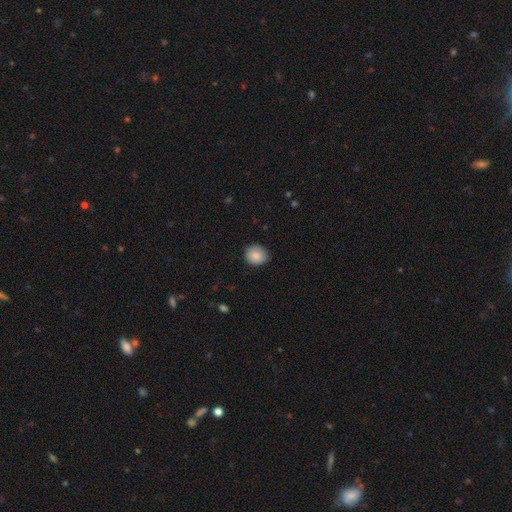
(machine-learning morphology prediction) Q: Smooth or featured?
A: smooth (87%); runner-up: star or artifact (8%)
Q: How rounded?
A: round (76%); runner-up: in between (23%)
Q: Merging?
A: none (80%); runner-up: minor disturbance (17%)